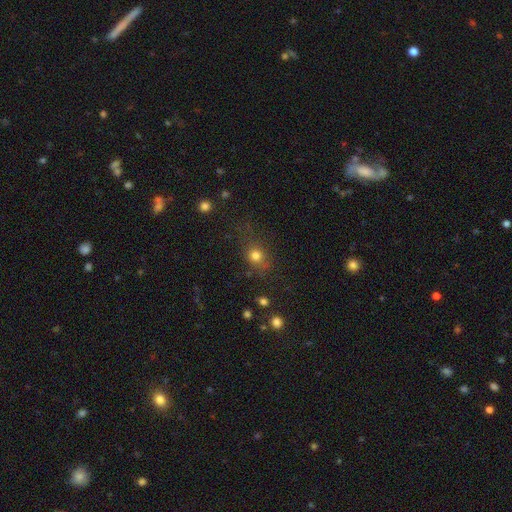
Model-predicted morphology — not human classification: Smooth or featured? smooth (77%)
How rounded? round (74%)
Merging? none (71%)